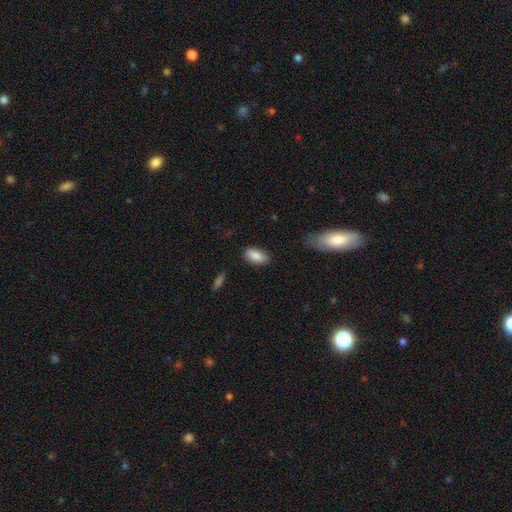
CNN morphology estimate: Smooth or featured?
  - smooth: 85% *
  - featured or disk: 8%
  - star or artifact: 7%
How rounded?
  - in between: 92% *
  - cigar-shaped: 5%
  - round: 3%
Merging?
  - none: 81% *
  - minor disturbance: 14%
  - major disturbance: 3%
  - merger: 2%